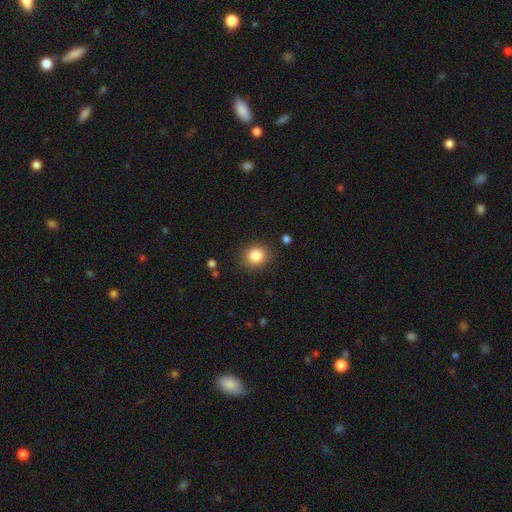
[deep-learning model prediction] Smooth or featured? smooth (85%)
How rounded? round (81%)
Merging? none (87%)